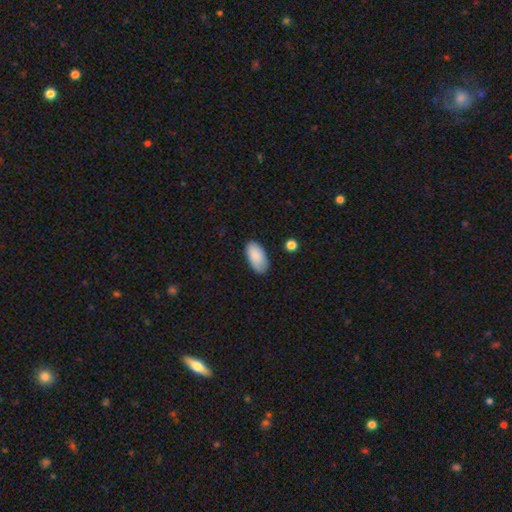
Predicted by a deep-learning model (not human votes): Smooth or featured?
  - smooth: 88% *
  - star or artifact: 6%
  - featured or disk: 5%
How rounded?
  - in between: 95% *
  - cigar-shaped: 3%
  - round: 2%
Merging?
  - none: 81% *
  - minor disturbance: 14%
  - major disturbance: 3%
  - merger: 2%